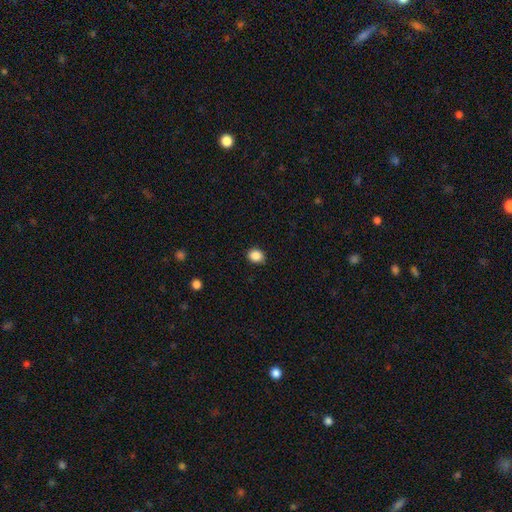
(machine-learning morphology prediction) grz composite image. It shows a smooth galaxy with no disk features (87%) that is round (68%). Merging: none (87%).